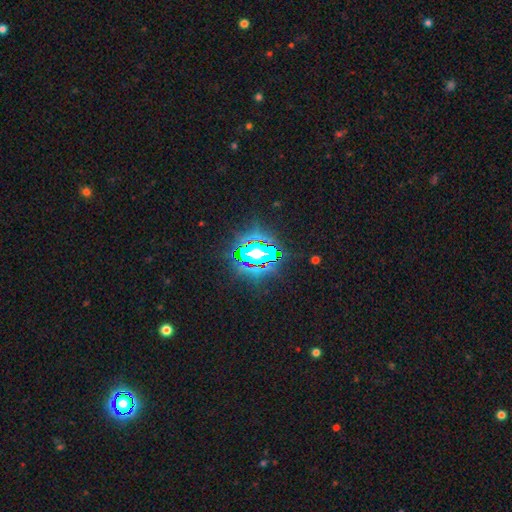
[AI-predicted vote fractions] This appears to be a star or artifact, not a galaxy (83%).